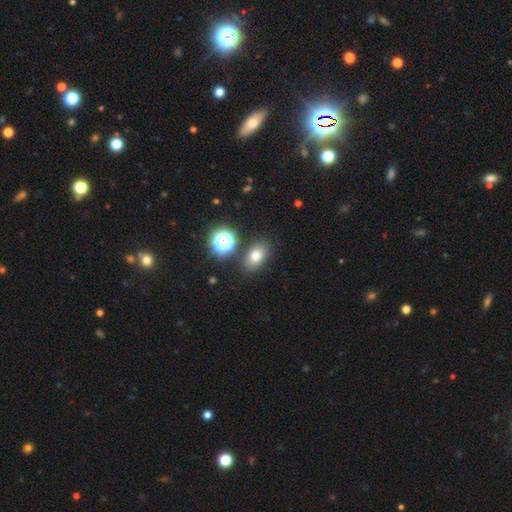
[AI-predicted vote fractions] Q: Smooth or featured?
A: smooth (73%); runner-up: star or artifact (15%)
Q: How rounded?
A: in between (77%); runner-up: round (21%)
Q: Merging?
A: none (82%); runner-up: minor disturbance (10%)